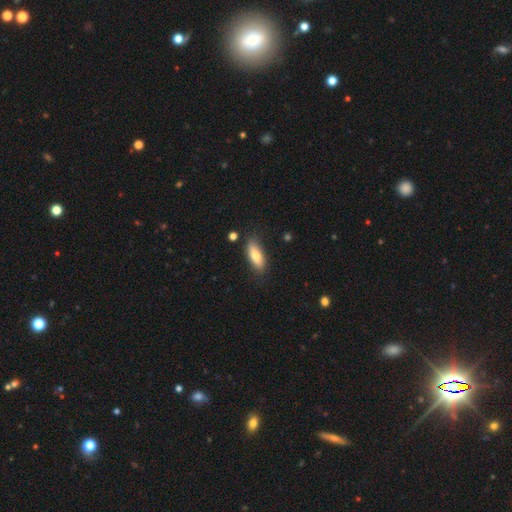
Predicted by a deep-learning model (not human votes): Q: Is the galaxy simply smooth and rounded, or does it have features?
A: smooth — 73%.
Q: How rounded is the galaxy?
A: in between — 65%.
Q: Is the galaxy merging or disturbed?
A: none — 80%.